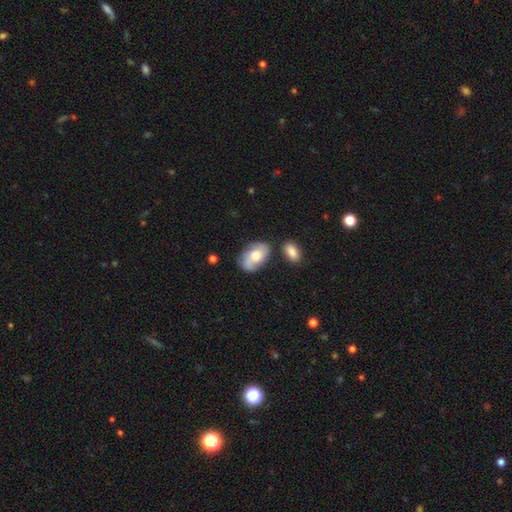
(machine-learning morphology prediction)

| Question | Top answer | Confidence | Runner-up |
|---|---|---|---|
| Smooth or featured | smooth | 47% | featured or disk (46%) |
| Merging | none | 59% | minor disturbance (23%) |